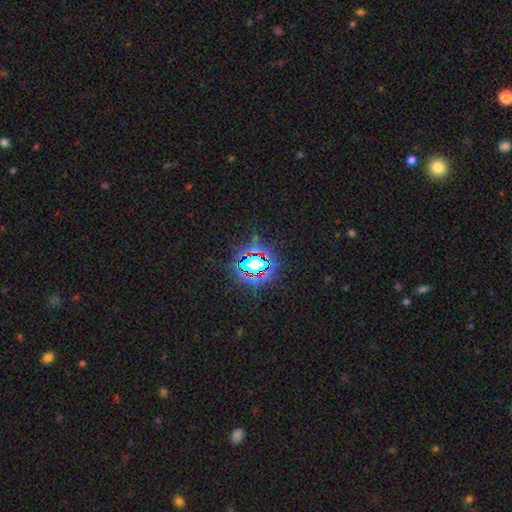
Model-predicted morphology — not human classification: A star or artifact, not a galaxy (80%).

Vote fractions:
- Smooth or featured? star or artifact: 80% / smooth: 13% / featured or disk: 7%